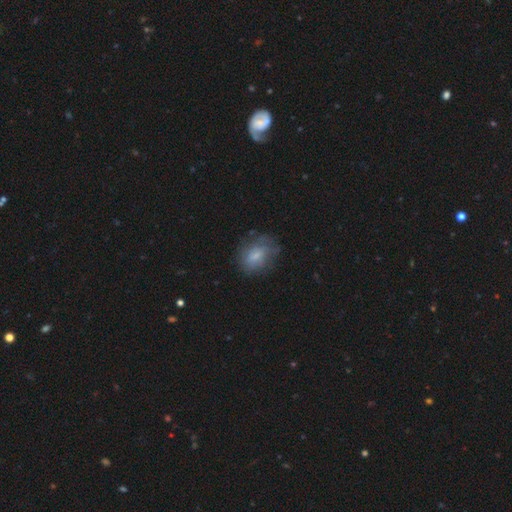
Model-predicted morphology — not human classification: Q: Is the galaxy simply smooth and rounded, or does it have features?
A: smooth — 58%.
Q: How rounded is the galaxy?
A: in between — 65%.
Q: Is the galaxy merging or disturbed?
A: none — 57%.